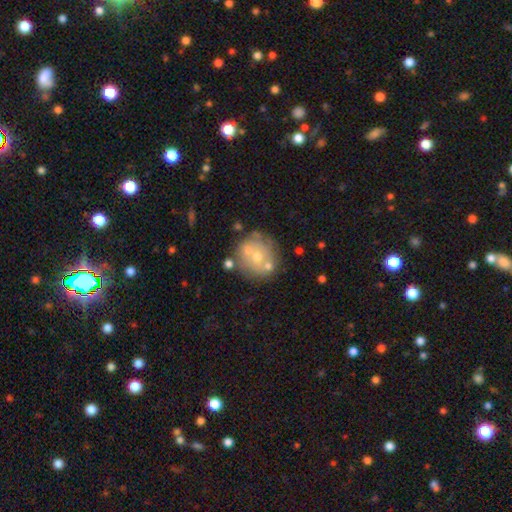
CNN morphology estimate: Smooth or featured: featured or disk — 48% (smooth — 43%)
Merging: none — 58% (minor disturbance — 17%)